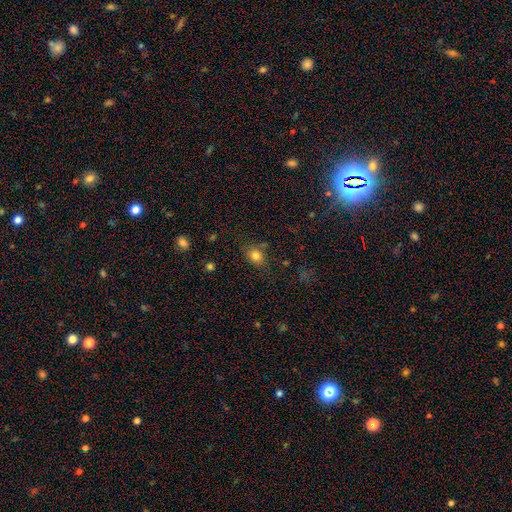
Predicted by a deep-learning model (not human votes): This is clearly a smooth galaxy (81%). How rounded: possibly round (50%). Merging: likely none (71%).